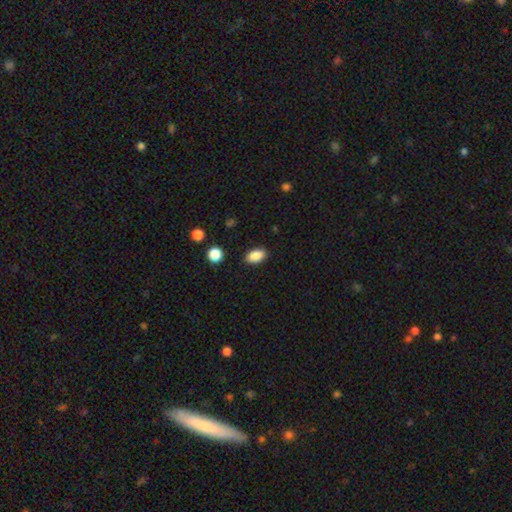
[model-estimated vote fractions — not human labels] A smooth galaxy with no disk features (87%) that is in between round and cigar-shaped (91%).

Vote fractions:
- Smooth or featured? smooth: 87% / star or artifact: 8% / featured or disk: 4%
- How rounded? in between: 91% / round: 7% / cigar-shaped: 2%
- Merging? none: 87% / minor disturbance: 9% / major disturbance: 2% / merger: 1%